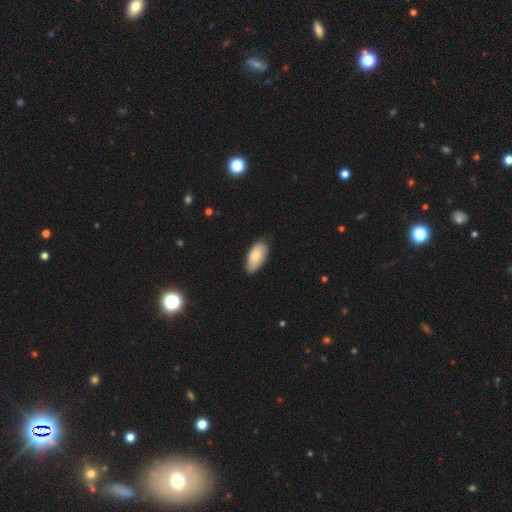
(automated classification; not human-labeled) The model was most divided on "smooth or featured": smooth: 79%, featured or disk: 16%, star or artifact: 6%. More confident: how rounded — in between (93%); merging — none (81%).